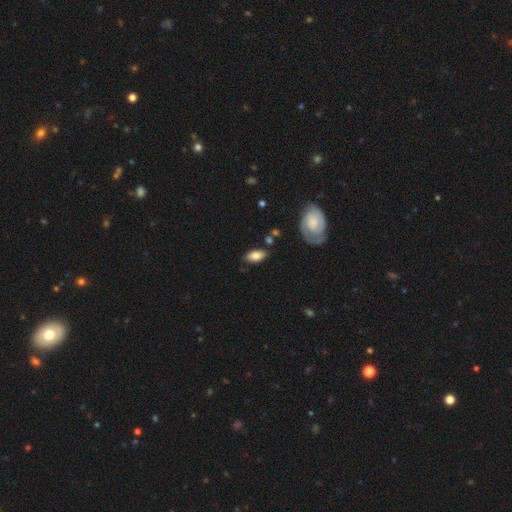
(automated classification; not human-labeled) smooth_or_featured: smooth (p=0.76) [alt: featured or disk p=0.18]
how_rounded: in between (p=0.91) [alt: cigar-shaped p=0.06]
merging: none (p=0.78) [alt: minor disturbance p=0.15]